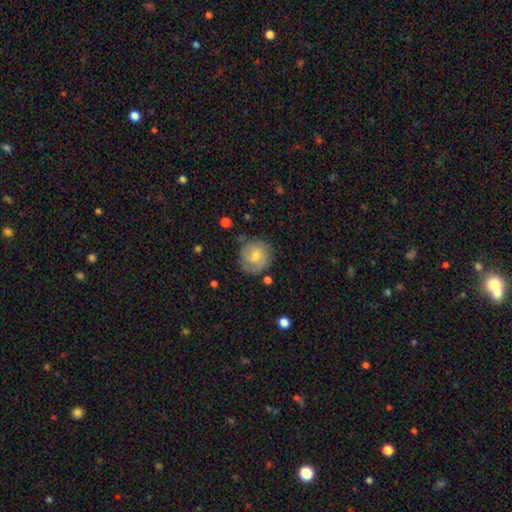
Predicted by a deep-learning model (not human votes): This is possibly a smooth galaxy (56%). How rounded: clearly round (83%). Merging: likely none (70%).